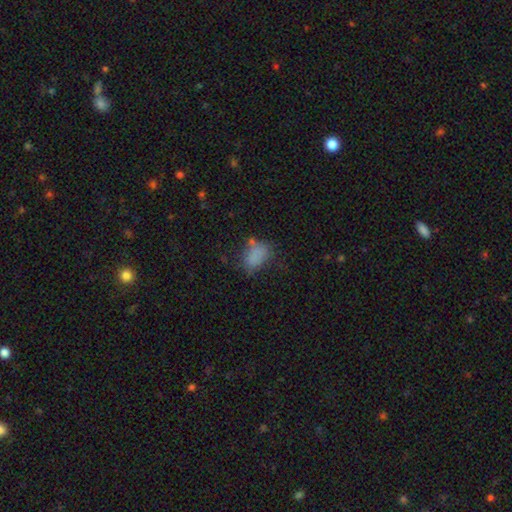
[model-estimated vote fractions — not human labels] Overall: smooth (76%). How rounded: in between (84%). Merging: none (49%; minor disturbance 26%).